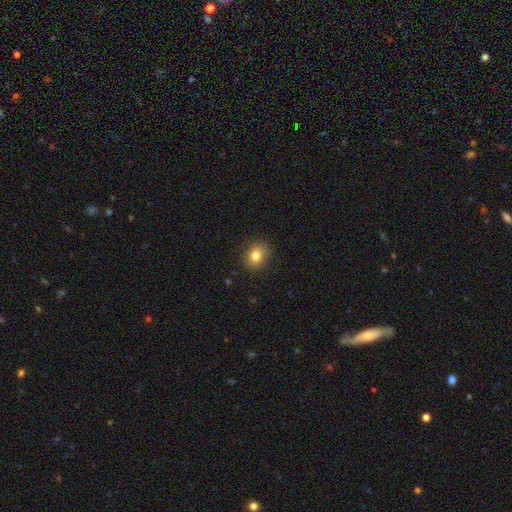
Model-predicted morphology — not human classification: Smooth or featured? Predicted: smooth (p=0.81). How rounded? Predicted: round (p=0.57). Merging? Predicted: none (p=0.87).